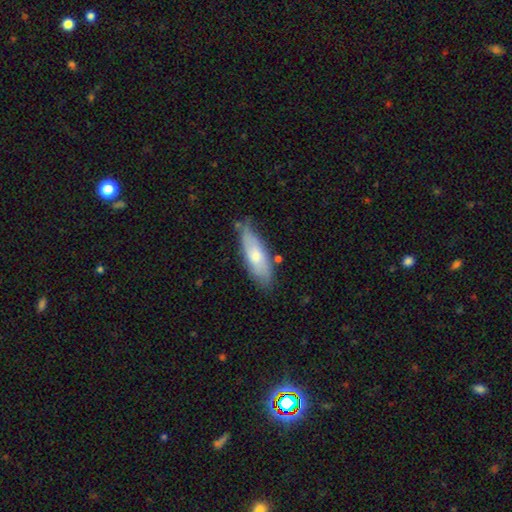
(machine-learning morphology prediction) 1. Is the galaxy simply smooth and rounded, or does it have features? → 61% smooth, 33% featured or disk, 6% star or artifact.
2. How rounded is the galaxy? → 58% in between, 40% cigar-shaped, 2% round.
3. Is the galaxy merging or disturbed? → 69% none, 23% minor disturbance, 4% major disturbance, 4% merger.